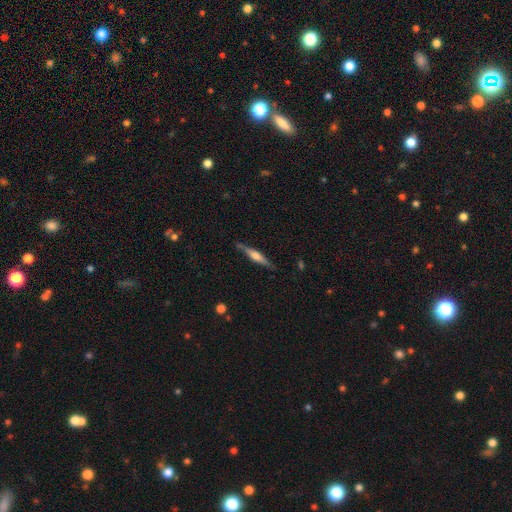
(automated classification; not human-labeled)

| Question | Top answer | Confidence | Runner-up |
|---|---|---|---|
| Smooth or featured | featured or disk | 67% | smooth (27%) |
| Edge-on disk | yes | 97% | no (3%) |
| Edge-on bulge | rounded | 75% | boxy (19%) |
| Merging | none | 86% | minor disturbance (11%) |